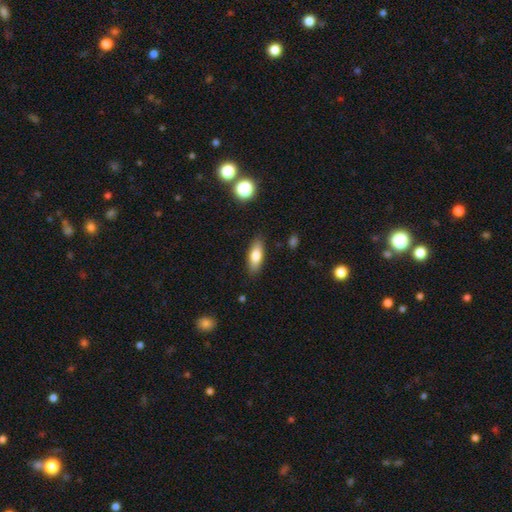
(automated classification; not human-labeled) A smooth galaxy with no disk features (77%) that is in between round and cigar-shaped (68%). Merging: none (86%).